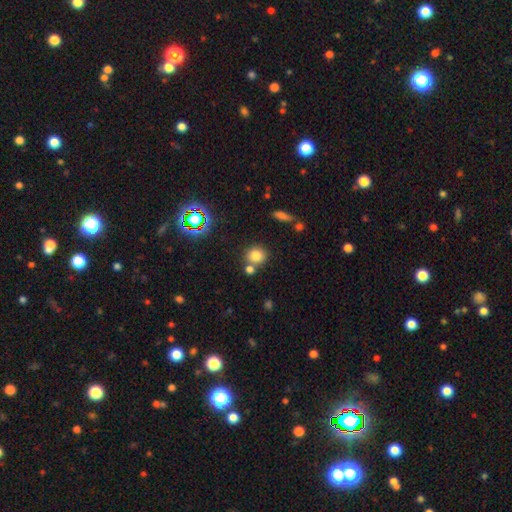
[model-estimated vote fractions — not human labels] The model was most divided on "merging": none: 66%, merger: 21%, minor disturbance: 9%, major disturbance: 3%. More confident: how rounded — round (78%); smooth or featured — smooth (77%).